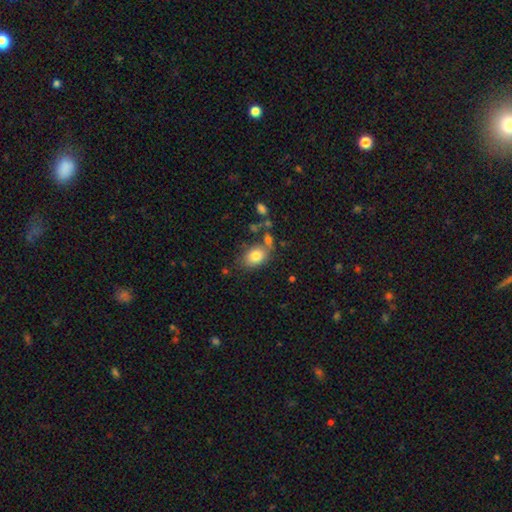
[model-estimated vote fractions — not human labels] Overall: smooth (79%). How rounded: in between (79%). Merging: none (62%).